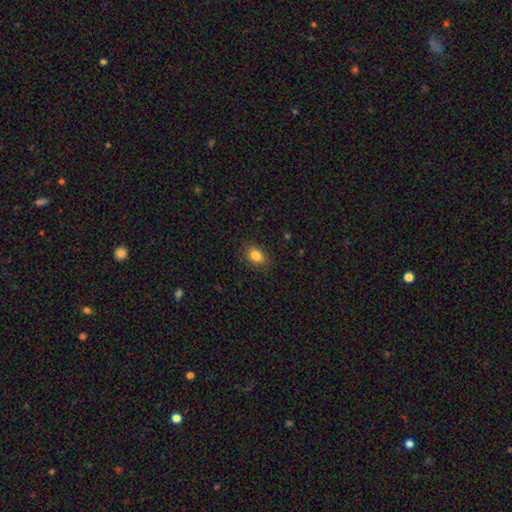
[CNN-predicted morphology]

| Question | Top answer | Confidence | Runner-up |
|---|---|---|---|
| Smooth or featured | smooth | 84% | star or artifact (9%) |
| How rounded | in between | 76% | round (23%) |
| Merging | none | 86% | minor disturbance (10%) |